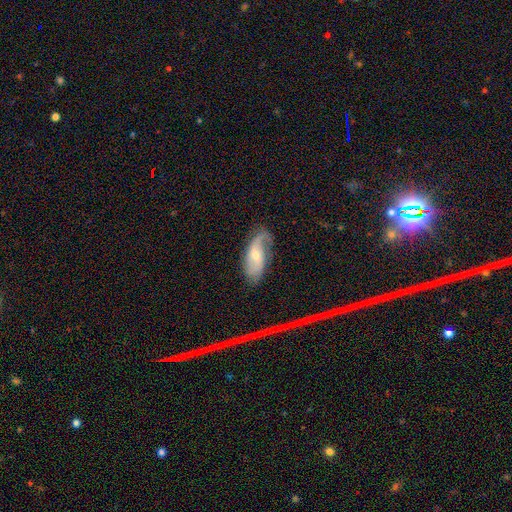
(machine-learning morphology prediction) smooth_or_featured: featured or disk (p=0.62) [alt: smooth p=0.31]
disk_edge_on: no (p=0.91) [alt: yes p=0.09]
bar: no (p=0.56) [alt: weak p=0.33]
has_spiral_arms: yes (p=0.87) [alt: no p=0.13]
bulge_size: small (p=0.54) [alt: moderate p=0.40]
merging: none (p=0.60) [alt: minor disturbance p=0.26]